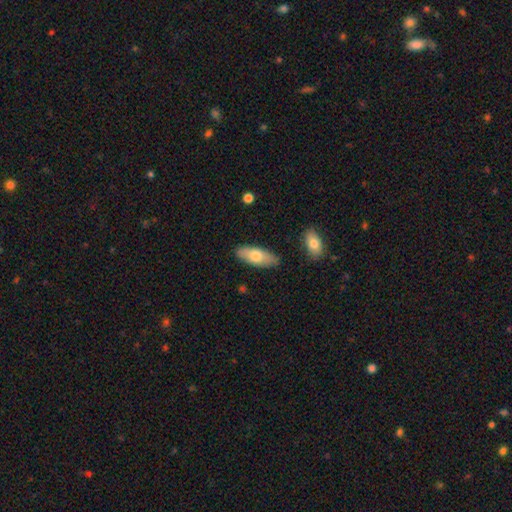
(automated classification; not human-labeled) This is likely a smooth galaxy (69%). How rounded: likely in between (74%). Merging: clearly none (85%).